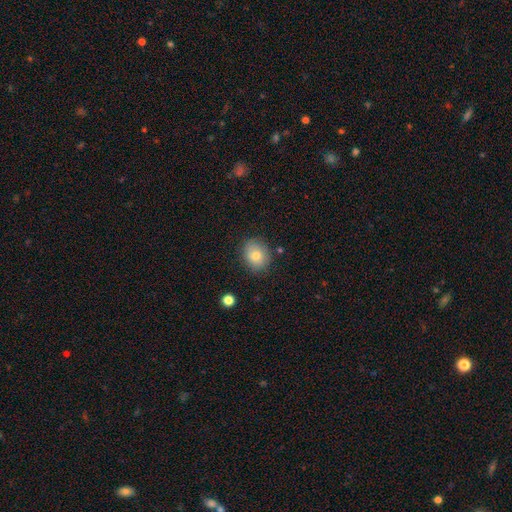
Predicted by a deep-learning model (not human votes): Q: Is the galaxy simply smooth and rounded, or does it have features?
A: smooth — 78%.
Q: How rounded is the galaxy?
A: round — 53%.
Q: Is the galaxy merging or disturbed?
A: none — 82%.